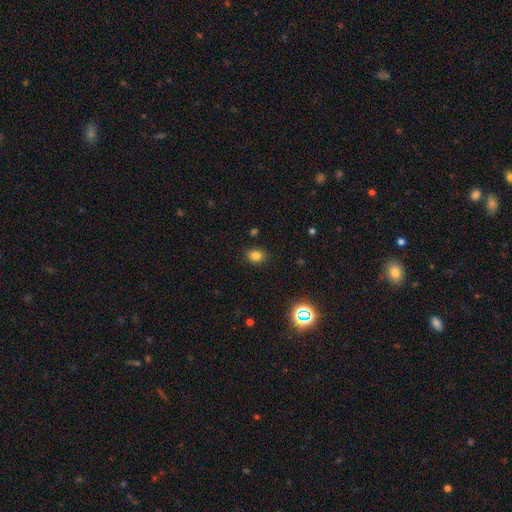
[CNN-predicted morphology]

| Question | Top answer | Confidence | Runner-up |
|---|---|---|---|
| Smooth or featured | smooth | 81% | star or artifact (14%) |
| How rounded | in between | 54% | round (45%) |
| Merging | none | 87% | minor disturbance (9%) |